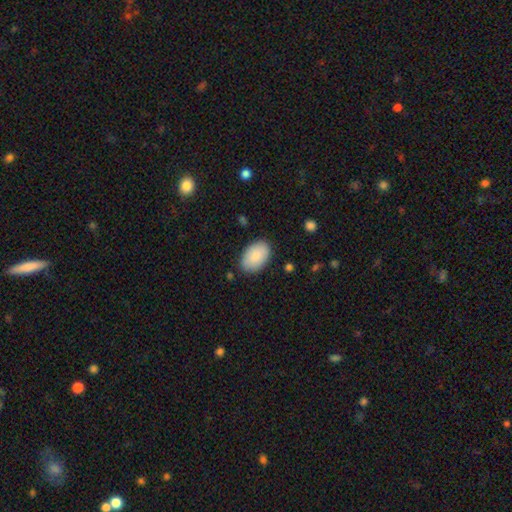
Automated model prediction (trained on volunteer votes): Q: Smooth or featured?
A: smooth (86%); runner-up: featured or disk (8%)
Q: How rounded?
A: in between (91%); runner-up: round (8%)
Q: Merging?
A: none (85%); runner-up: minor disturbance (11%)